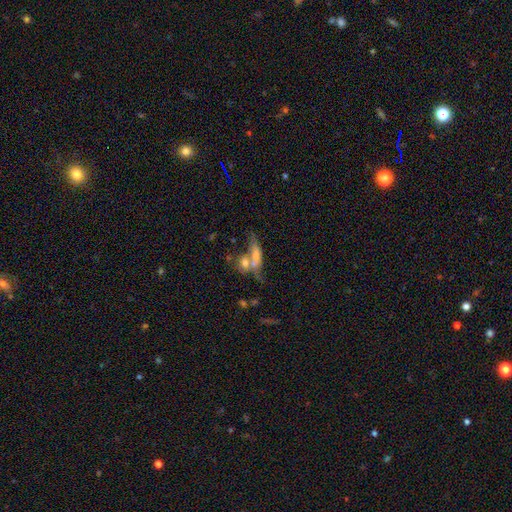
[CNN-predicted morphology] smooth-or-featured: smooth: 48% | featured or disk: 37% | star or artifact: 15%
  merging: merger: 45% | none: 28% | major disturbance: 15% | minor disturbance: 13%